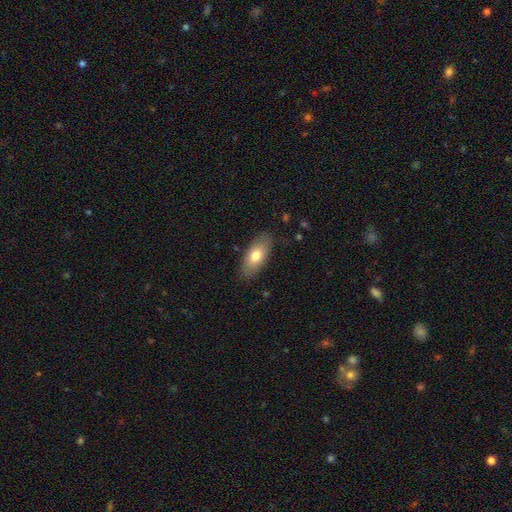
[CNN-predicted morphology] type=smooth (73%); roundness=in between (87%); merging=none (84%).